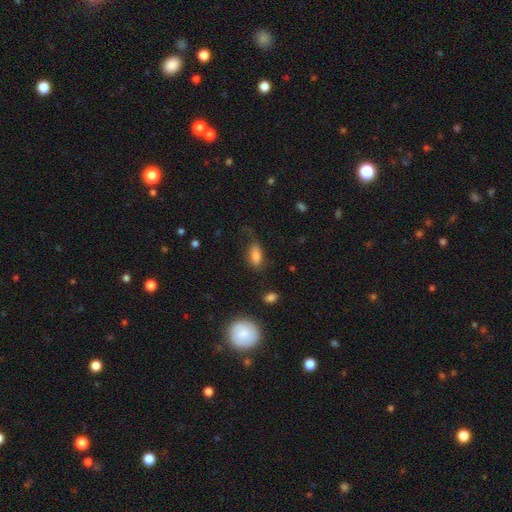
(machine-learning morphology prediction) This is clearly a smooth galaxy (80%). How rounded: clearly in between (87%). Merging: possibly none (55%).